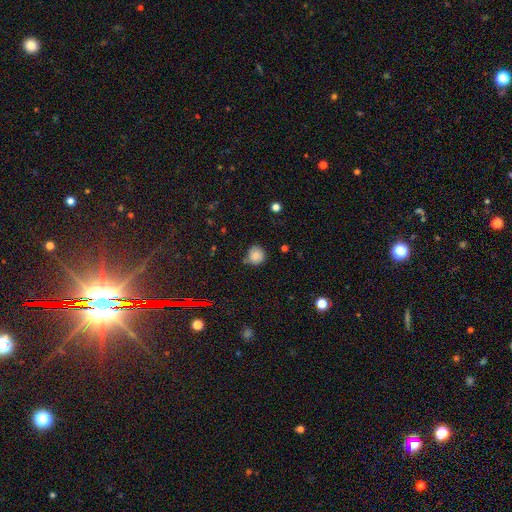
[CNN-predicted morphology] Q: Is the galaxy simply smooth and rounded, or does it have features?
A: smooth — 83%.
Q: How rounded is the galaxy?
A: round — 89%.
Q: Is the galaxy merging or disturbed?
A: none — 70%.